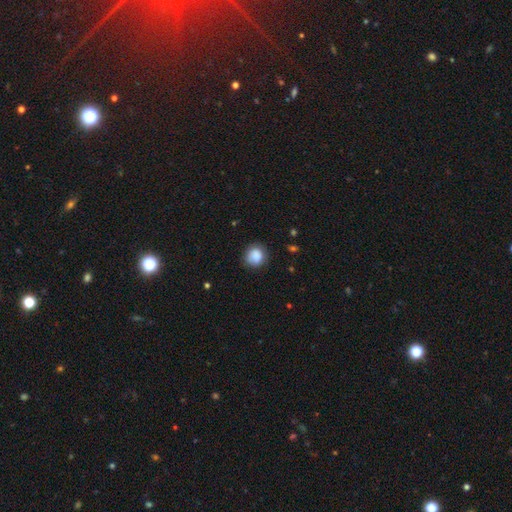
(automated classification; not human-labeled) The model was most divided on "merging": none: 77%, minor disturbance: 18%, major disturbance: 4%, merger: 2%. More confident: smooth or featured — smooth (86%); how rounded — round (80%).